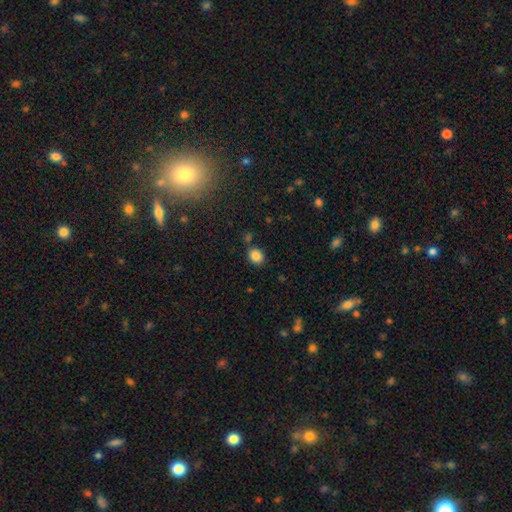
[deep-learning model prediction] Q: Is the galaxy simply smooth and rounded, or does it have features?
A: smooth — 85%.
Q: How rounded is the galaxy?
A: round — 56%.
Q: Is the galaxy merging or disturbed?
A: none — 81%.